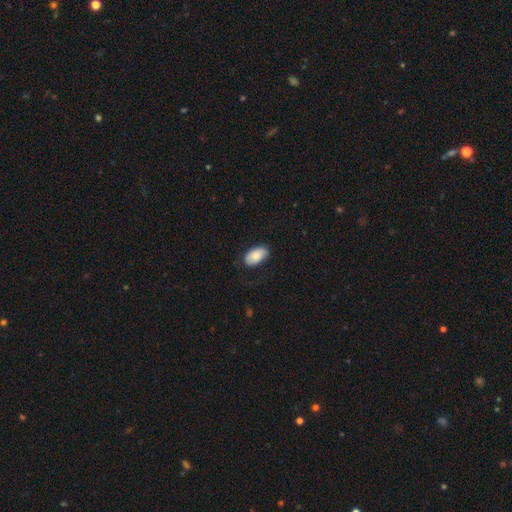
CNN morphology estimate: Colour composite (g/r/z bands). It shows a smooth galaxy with no disk features (80%) that is in between round and cigar-shaped (95%). Merging: none (76%).